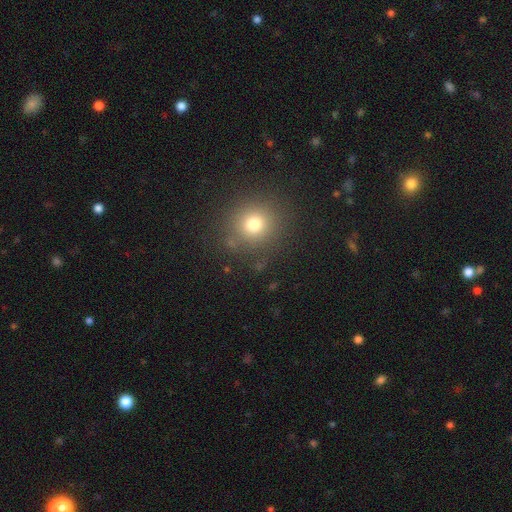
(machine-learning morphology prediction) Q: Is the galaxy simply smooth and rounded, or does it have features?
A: smooth — 66%.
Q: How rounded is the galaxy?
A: round — 91%.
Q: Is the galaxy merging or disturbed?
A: none — 90%.